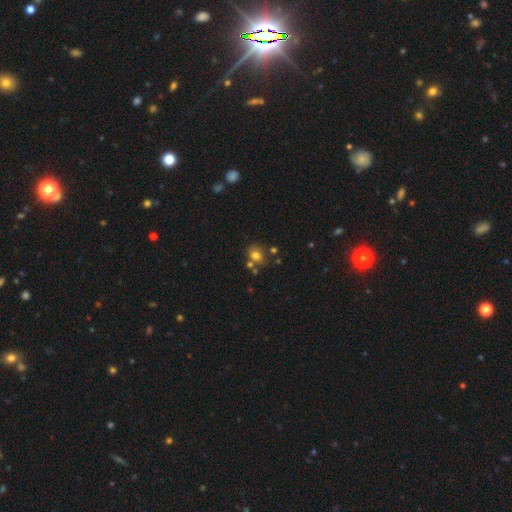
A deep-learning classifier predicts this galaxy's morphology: Smooth or featured?
  - smooth: 74% *
  - star or artifact: 14%
  - featured or disk: 12%
How rounded?
  - round: 59% *
  - in between: 40%
  - cigar-shaped: 1%
Merging?
  - none: 63% *
  - merger: 18%
  - minor disturbance: 15%
  - major disturbance: 5%